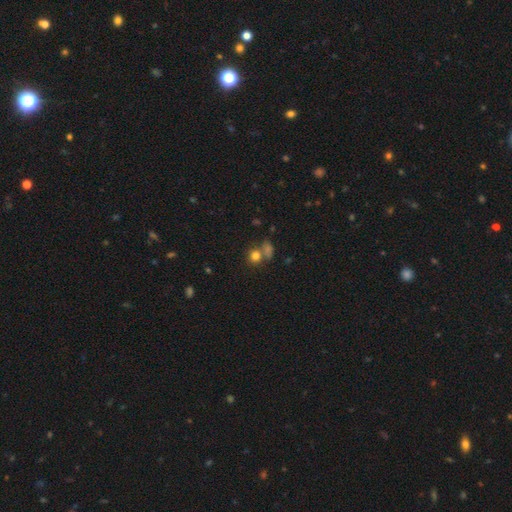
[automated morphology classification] smooth-or-featured: smooth: 77% | star or artifact: 15% | featured or disk: 8%
  how-rounded: round: 82% | in between: 17% | cigar-shaped: 1%
  merging: none: 54% | merger: 31% | minor disturbance: 10% | major disturbance: 5%